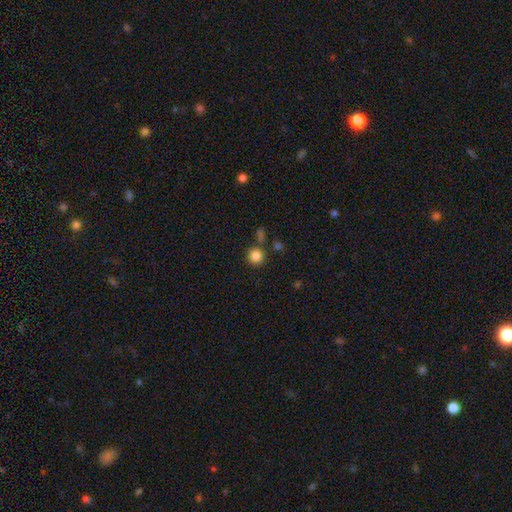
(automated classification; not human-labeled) This is clearly a smooth galaxy (85%). How rounded: clearly round (94%). Merging: clearly none (80%).